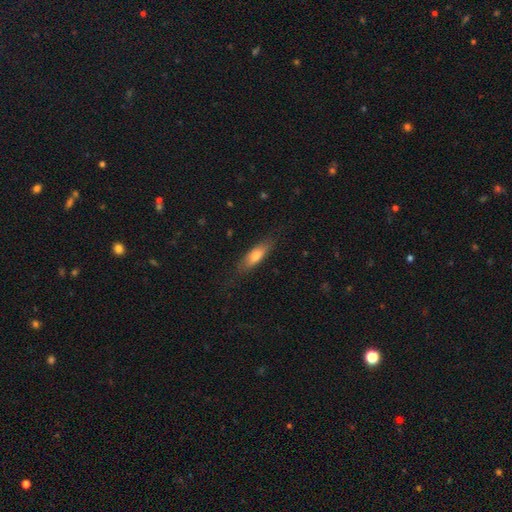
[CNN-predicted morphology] Q: Smooth or featured?
A: smooth (70%); runner-up: featured or disk (24%)
Q: How rounded?
A: in between (51%); runner-up: cigar-shaped (47%)
Q: Merging?
A: none (79%); runner-up: minor disturbance (15%)